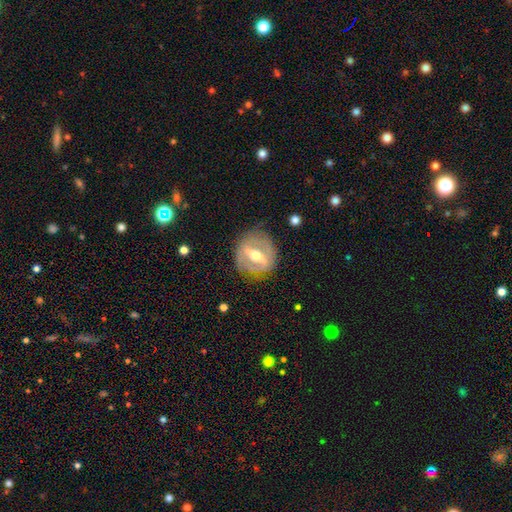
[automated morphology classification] Smooth or featured?
  - featured or disk: 76% *
  - smooth: 18%
  - star or artifact: 6%
Edge-on disk?
  - no: 83% *
  - yes: 17%
Bar?
  - strong: 70% *
  - weak: 21%
  - no: 9%
Spiral arms?
  - no: 63% *
  - yes: 37%
Bulge size?
  - moderate: 75% *
  - small: 12%
  - large: 11%
  - dominant: 1%
  - none: 1%
Merging?
  - none: 76% *
  - minor disturbance: 16%
  - major disturbance: 8%
  - merger: 1%